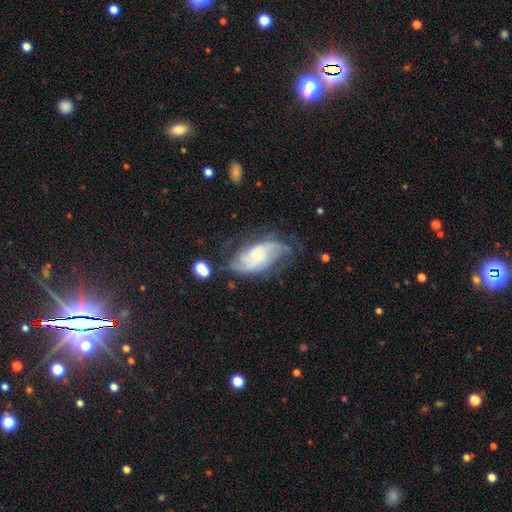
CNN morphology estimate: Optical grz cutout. It shows a featured or disk galaxy (79%) with no bar (57%), 2 (47%) medium (43%) spiral arms (93%) and a small central bulge (59%). Merging: none (58%).